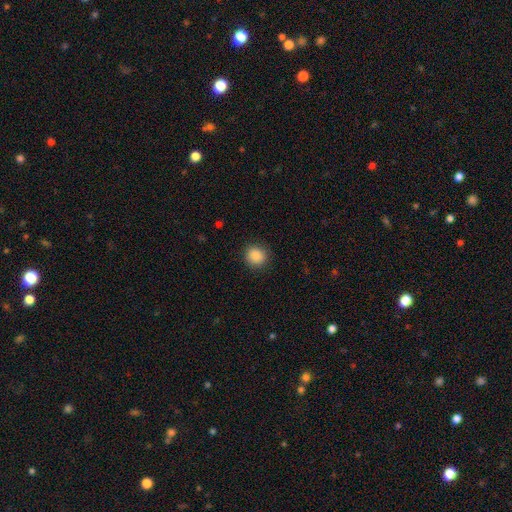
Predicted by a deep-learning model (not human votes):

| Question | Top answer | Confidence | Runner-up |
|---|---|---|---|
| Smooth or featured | smooth | 88% | star or artifact (9%) |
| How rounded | round | 87% | in between (12%) |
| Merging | none | 89% | minor disturbance (7%) |